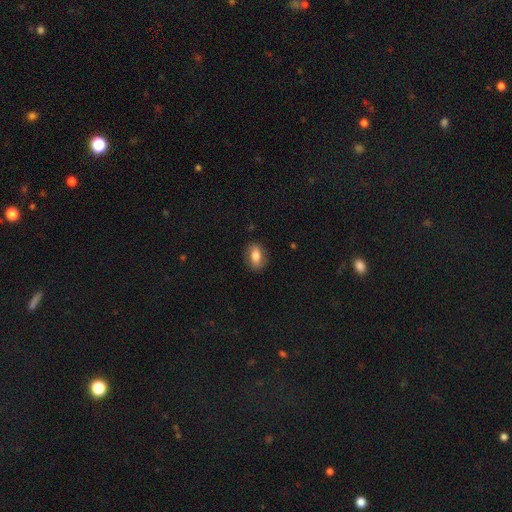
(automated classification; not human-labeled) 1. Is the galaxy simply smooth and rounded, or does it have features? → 69% smooth, 23% featured or disk, 8% star or artifact.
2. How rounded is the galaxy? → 79% in between, 18% round, 4% cigar-shaped.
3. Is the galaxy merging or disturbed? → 83% none, 13% minor disturbance, 4% major disturbance, 1% merger.